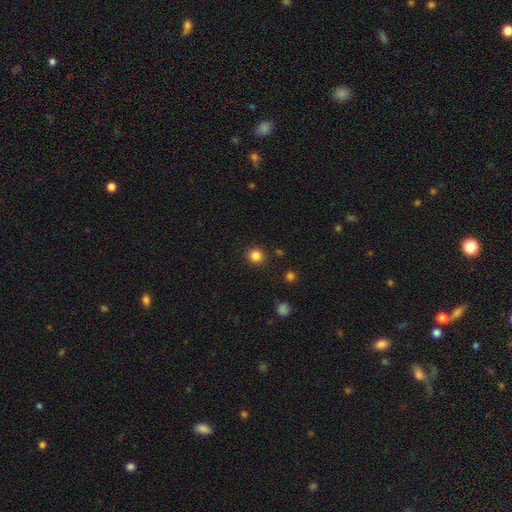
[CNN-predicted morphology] Smooth or featured?
  - smooth: 84% *
  - star or artifact: 12%
  - featured or disk: 4%
How rounded?
  - round: 93% *
  - in between: 6%
  - cigar-shaped: 1%
Merging?
  - none: 91% *
  - minor disturbance: 5%
  - major disturbance: 2%
  - merger: 2%